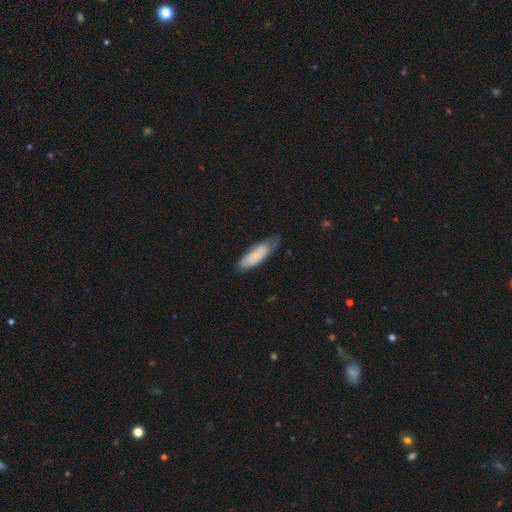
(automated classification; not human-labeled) Smooth or featured?
  - smooth: 72% *
  - featured or disk: 22%
  - star or artifact: 6%
How rounded?
  - in between: 57% *
  - cigar-shaped: 41%
  - round: 1%
Merging?
  - none: 53% *
  - minor disturbance: 36%
  - major disturbance: 9%
  - merger: 2%